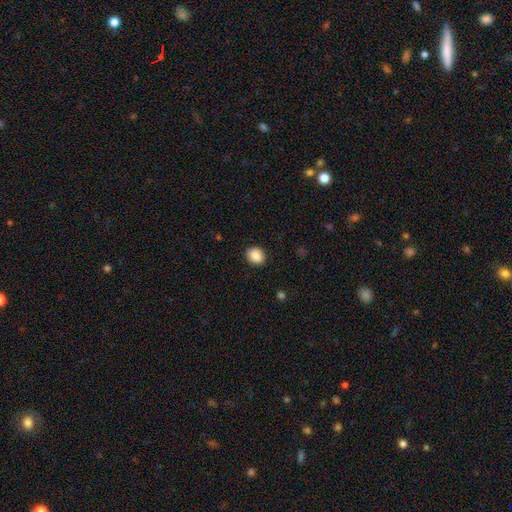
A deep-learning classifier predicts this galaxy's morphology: Overall: smooth (89%). How rounded: round (56%; in between 43%). Merging: none (88%).